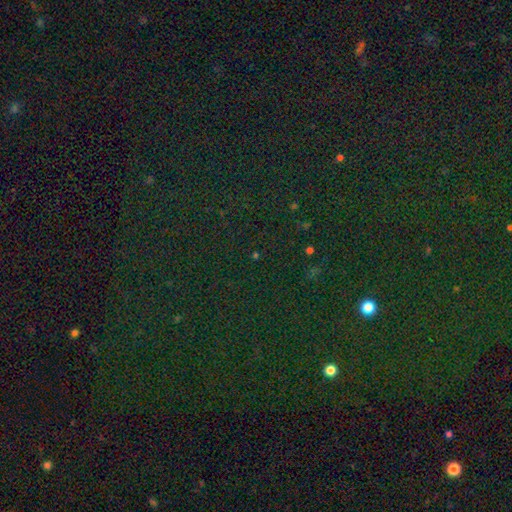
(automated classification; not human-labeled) A star or artifact, not a galaxy (72%).